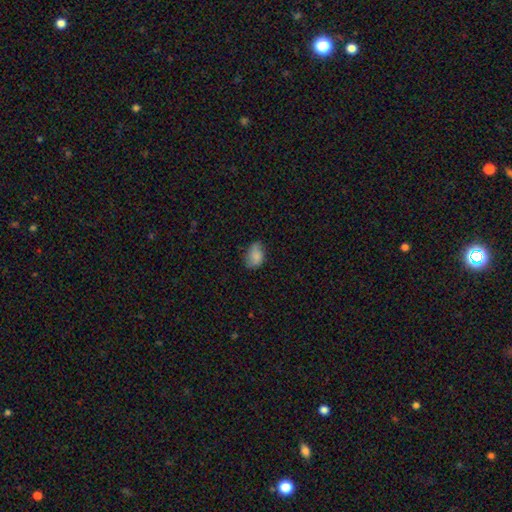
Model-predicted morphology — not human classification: This appears to be a smooth galaxy with no disk features (81%) that is in between round and cigar-shaped (82%). Merging: none (59%).